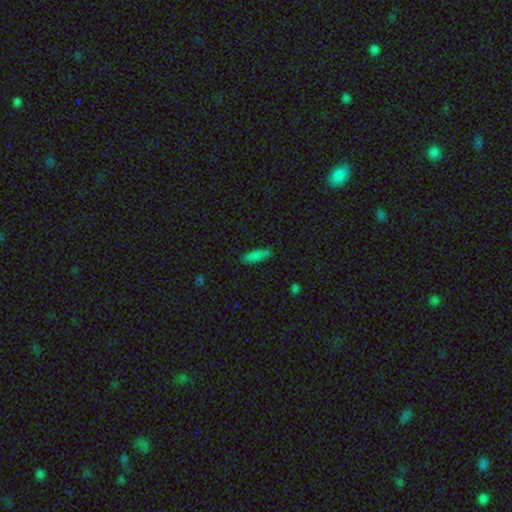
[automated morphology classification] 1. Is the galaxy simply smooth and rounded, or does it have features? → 83% smooth, 10% star or artifact, 7% featured or disk.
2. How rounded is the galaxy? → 51% in between, 47% cigar-shaped, 2% round.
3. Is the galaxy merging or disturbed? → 82% none, 14% minor disturbance, 3% major disturbance, 2% merger.